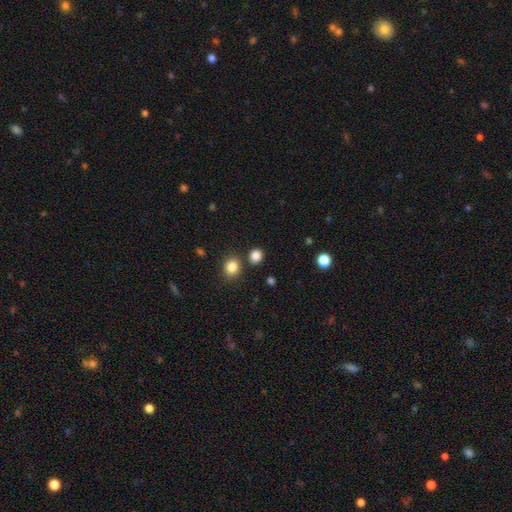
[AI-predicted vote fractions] Smooth or featured?
  - smooth: 84% *
  - star or artifact: 12%
  - featured or disk: 4%
How rounded?
  - round: 75% *
  - in between: 24%
  - cigar-shaped: 1%
Merging?
  - none: 81% *
  - merger: 8%
  - minor disturbance: 8%
  - major disturbance: 3%